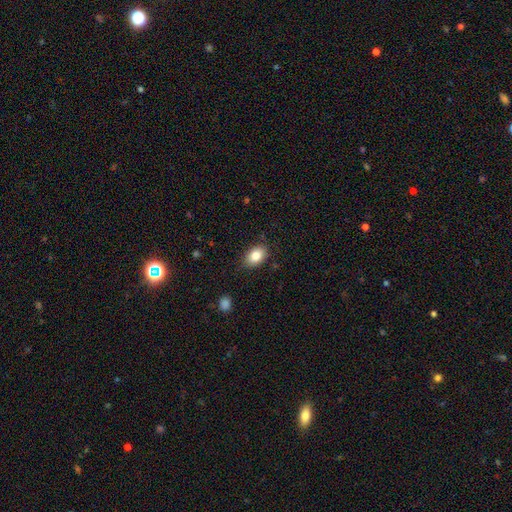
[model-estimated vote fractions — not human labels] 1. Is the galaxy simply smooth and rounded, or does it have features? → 84% smooth, 8% featured or disk, 8% star or artifact.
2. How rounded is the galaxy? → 85% in between, 14% round, 1% cigar-shaped.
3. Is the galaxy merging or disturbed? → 83% none, 13% minor disturbance, 3% major disturbance, 1% merger.